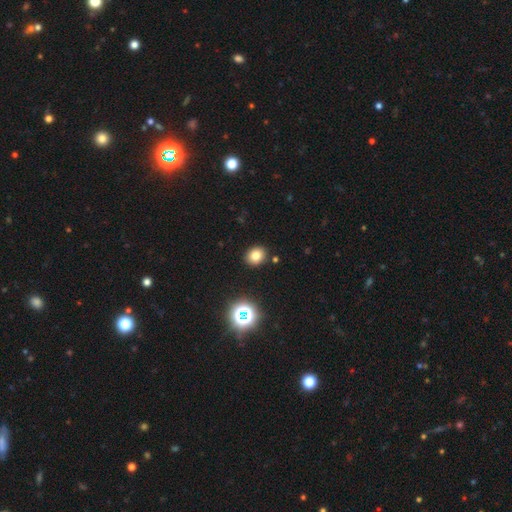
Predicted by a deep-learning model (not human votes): Smooth or featured: smooth — 78% (star or artifact — 15%)
How rounded: round — 60% (in between — 39%)
Merging: none — 89% (minor disturbance — 7%)